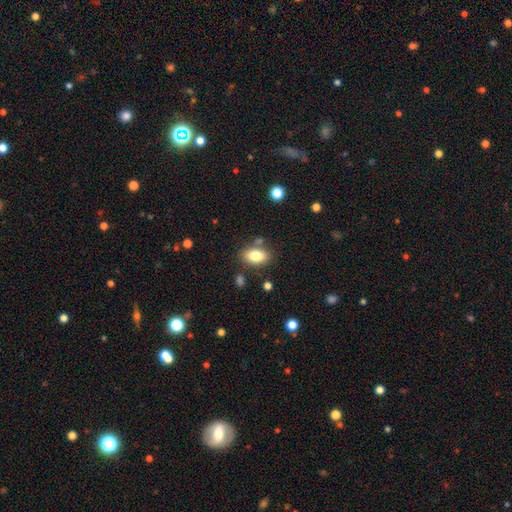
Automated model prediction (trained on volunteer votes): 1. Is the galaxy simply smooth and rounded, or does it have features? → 79% smooth, 13% featured or disk, 8% star or artifact.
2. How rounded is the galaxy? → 88% in between, 9% round, 3% cigar-shaped.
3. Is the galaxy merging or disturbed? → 77% none, 12% minor disturbance, 7% merger, 3% major disturbance.